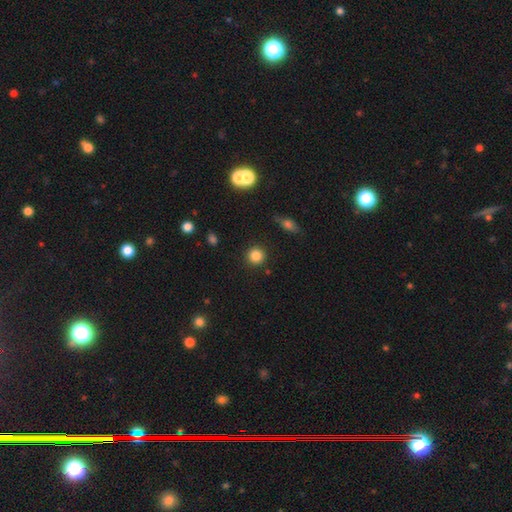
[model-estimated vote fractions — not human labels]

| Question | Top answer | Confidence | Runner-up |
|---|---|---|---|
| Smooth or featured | smooth | 84% | star or artifact (12%) |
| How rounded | round | 94% | in between (5%) |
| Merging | none | 90% | minor disturbance (6%) |